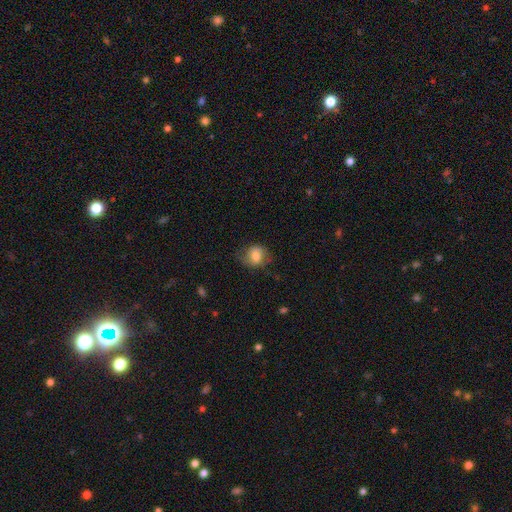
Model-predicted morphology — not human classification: smooth 70%, featured or disk 22%, star or artifact 8%. Down the decision tree: how rounded — round (56%); merging — none (63%).